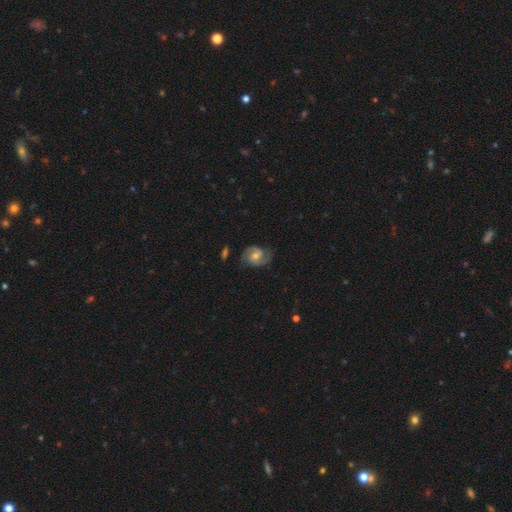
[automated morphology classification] type=featured or disk (80%); edge-on=no (98%); bar=no (50%); spiral arms=yes (95%); winding=medium (51%); arm count=2 (89%); bulge=moderate (61%); merging=none (73%).